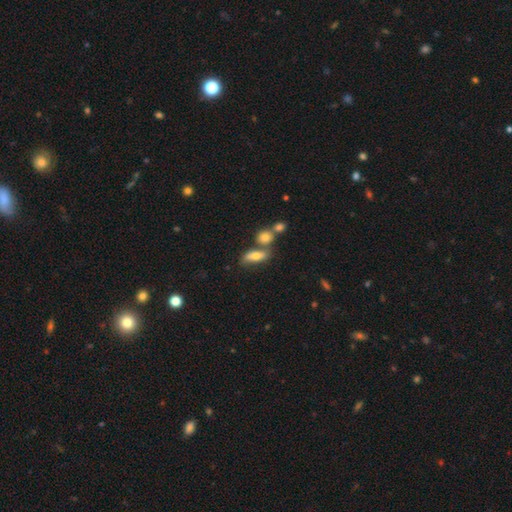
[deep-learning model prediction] A smooth galaxy with no disk features (68%) that is in between round and cigar-shaped (70%). Merging: none (47%).